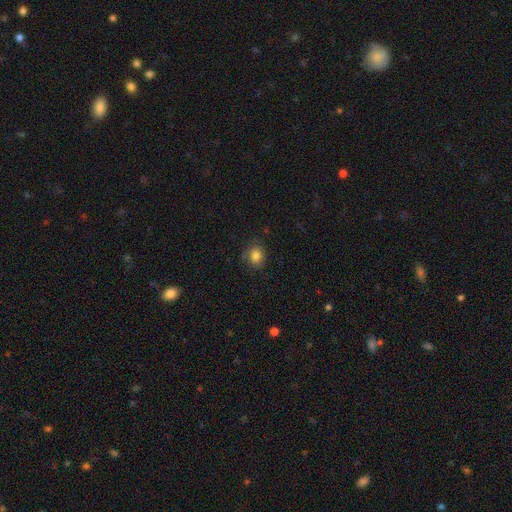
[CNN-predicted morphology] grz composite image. It shows a smooth galaxy with no disk features (82%) that is round (60%). Merging: none (81%).